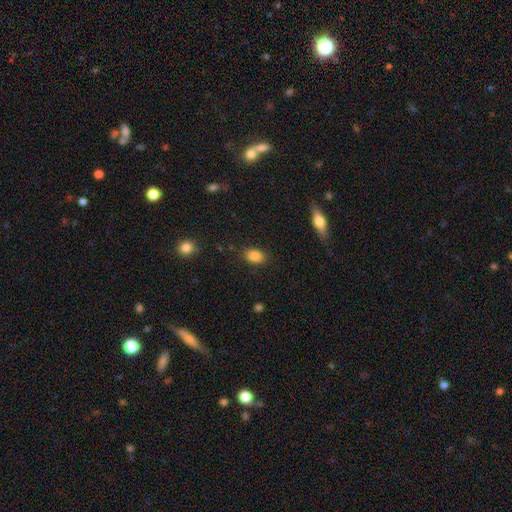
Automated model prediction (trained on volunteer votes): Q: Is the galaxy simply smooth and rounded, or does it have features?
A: smooth — 86%.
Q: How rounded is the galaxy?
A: in between — 77%.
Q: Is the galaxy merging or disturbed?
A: none — 84%.